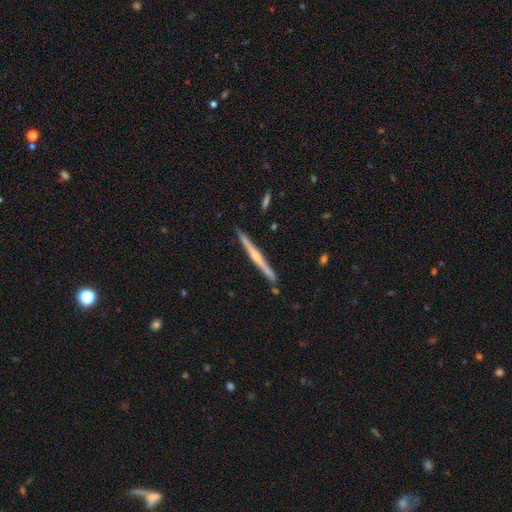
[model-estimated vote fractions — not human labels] Morphology: type=featured or disk (72%); edge-on=yes (98%); edge-on bulge=rounded (67%); merging=none (89%).